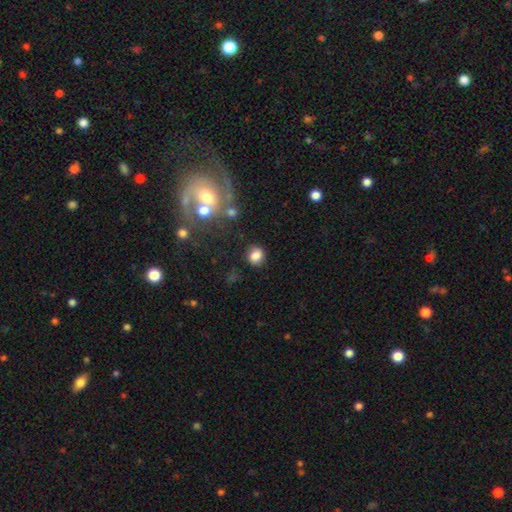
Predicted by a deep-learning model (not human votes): Overall: smooth (81%). How rounded: round (62%; in between 37%). Merging: none (80%).